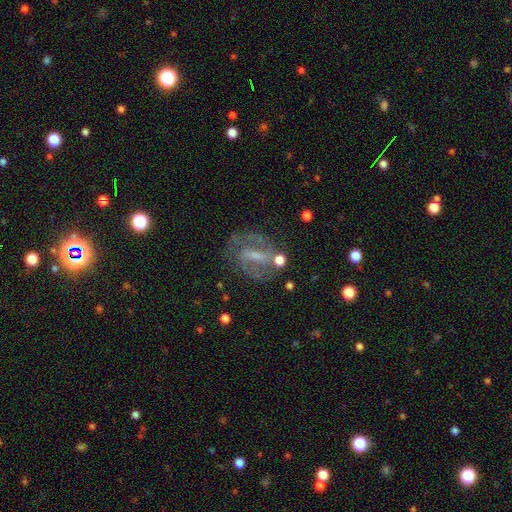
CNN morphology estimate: Overall: featured or disk (80%). Edge-on disk: no (96%). Bar: strong (44%; weak 42%). Spiral arms: yes (90%). Spiral arm count: 2 (82%). Spiral winding: medium (52%; tight 28%). Bulge size: small (42%; none 27%). Merging: none (71%).